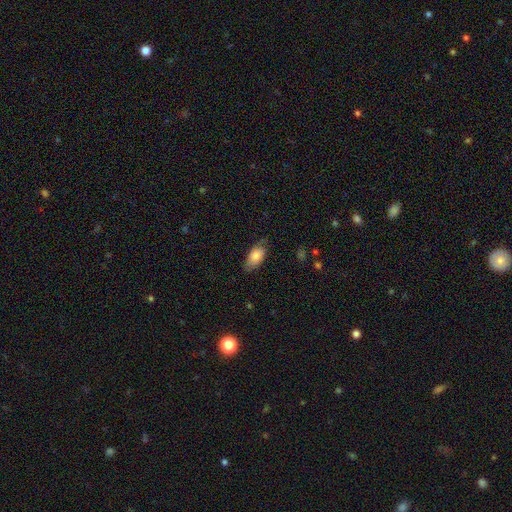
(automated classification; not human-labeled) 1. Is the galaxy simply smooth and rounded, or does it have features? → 74% smooth, 19% featured or disk, 7% star or artifact.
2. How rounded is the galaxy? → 91% in between, 5% cigar-shaped, 4% round.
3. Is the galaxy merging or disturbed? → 68% none, 24% minor disturbance, 6% major disturbance, 1% merger.